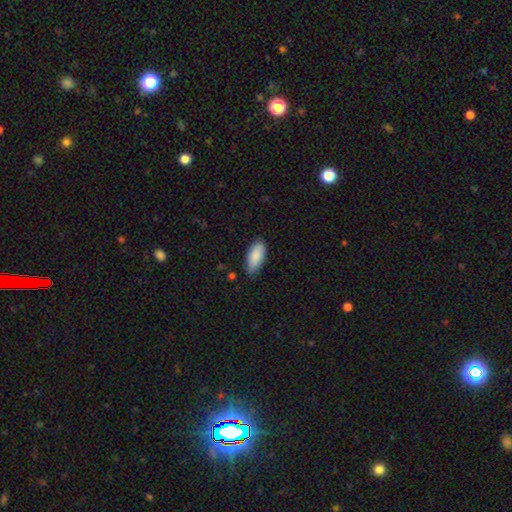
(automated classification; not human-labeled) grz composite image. It shows a smooth galaxy with no disk features (87%) that is in between round and cigar-shaped (87%). Merging: none (75%).